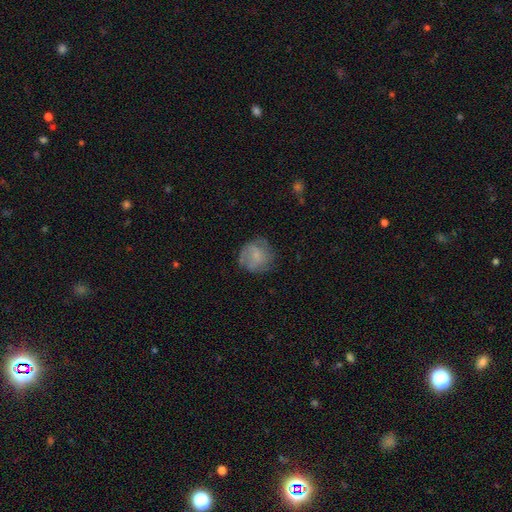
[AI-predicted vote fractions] smooth_or_featured: smooth (p=0.62) [alt: featured or disk p=0.29]
how_rounded: round (p=0.87) [alt: in between p=0.12]
merging: none (p=0.67) [alt: minor disturbance p=0.22]